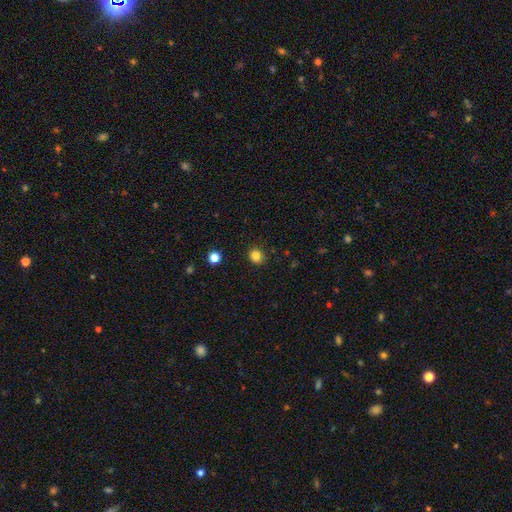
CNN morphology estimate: smooth_or_featured: smooth (p=0.83) [alt: star or artifact p=0.12]
how_rounded: round (p=0.84) [alt: in between p=0.15]
merging: none (p=0.89) [alt: minor disturbance p=0.08]